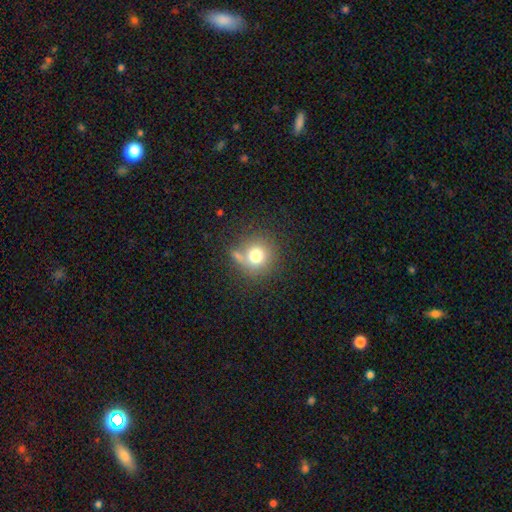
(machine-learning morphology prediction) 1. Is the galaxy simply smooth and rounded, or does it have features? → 75% smooth, 13% featured or disk, 12% star or artifact.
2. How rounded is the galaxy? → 91% round, 8% in between, 1% cigar-shaped.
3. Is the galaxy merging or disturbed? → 64% none, 15% minor disturbance, 13% merger, 8% major disturbance.